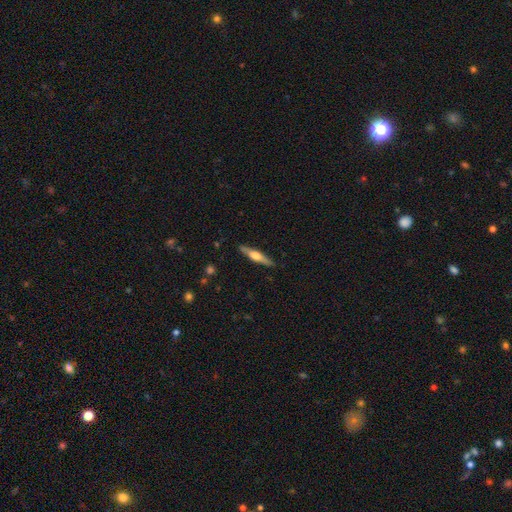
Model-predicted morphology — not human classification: Smooth or featured? Predicted: featured or disk (p=0.61). Edge-on disk? Predicted: yes (p=0.97). Edge-on bulge? Predicted: rounded (p=0.86). Merging? Predicted: none (p=0.89).